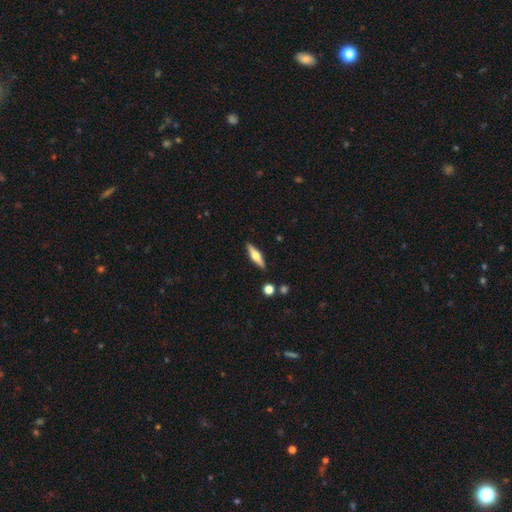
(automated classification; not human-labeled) Overall: featured or disk (57%; smooth 37%). Edge-on disk: yes (95%). Edge-on bulge: rounded (93%). Merging: none (88%).